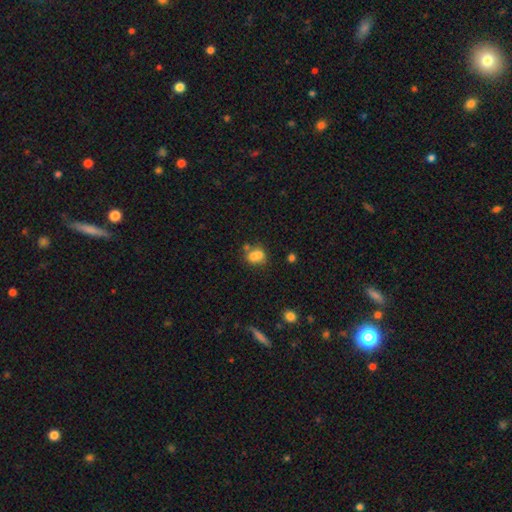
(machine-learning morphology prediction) Smooth or featured? Predicted: smooth (p=0.70). How rounded? Predicted: round (p=0.56). Merging? Predicted: merger (p=0.51).